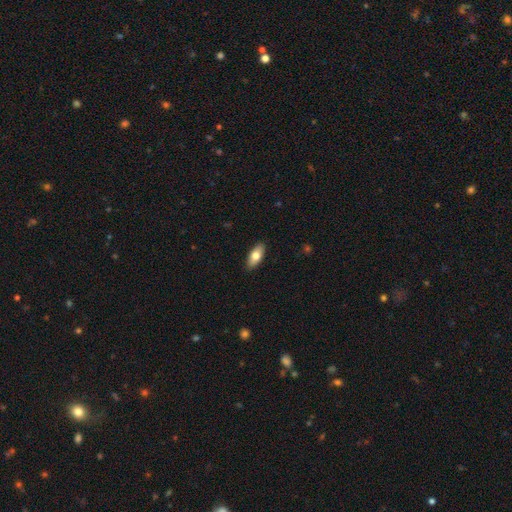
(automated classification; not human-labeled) Morphology: type=smooth (75%); roundness=in between (84%); merging=none (89%).